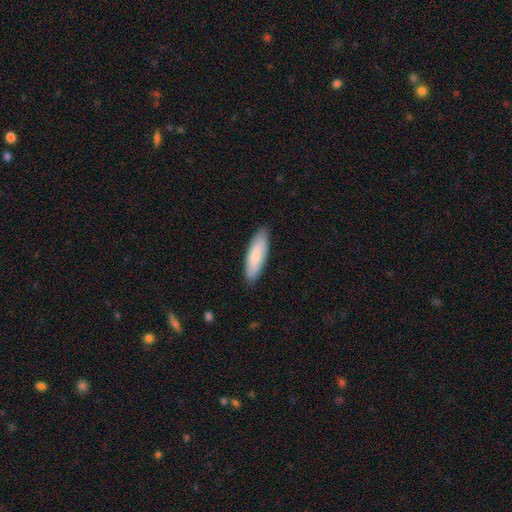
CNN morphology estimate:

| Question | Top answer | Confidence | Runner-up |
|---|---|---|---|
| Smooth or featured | smooth | 81% | featured or disk (14%) |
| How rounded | in between | 52% | cigar-shaped (46%) |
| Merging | none | 87% | minor disturbance (10%) |